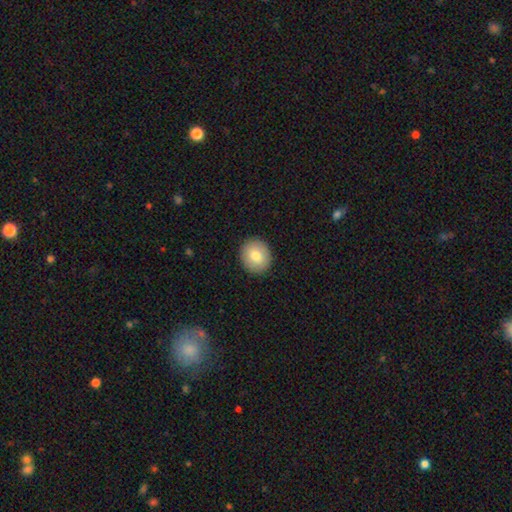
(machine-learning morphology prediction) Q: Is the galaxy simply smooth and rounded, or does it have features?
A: smooth — 77%.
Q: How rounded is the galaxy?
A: round — 80%.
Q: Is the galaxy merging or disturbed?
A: none — 91%.